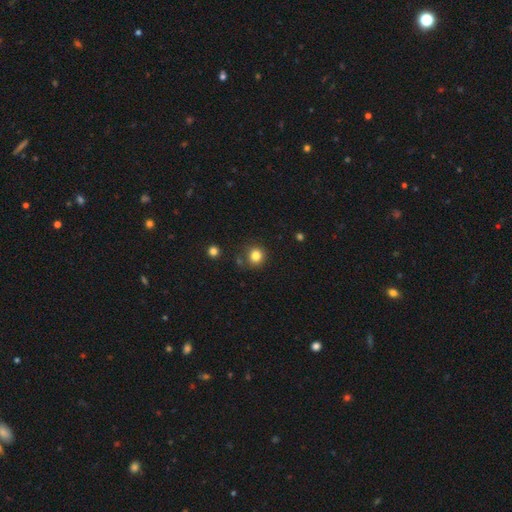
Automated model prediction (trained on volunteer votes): Smooth or featured?
  - smooth: 82% *
  - star or artifact: 12%
  - featured or disk: 6%
How rounded?
  - round: 90% *
  - in between: 10%
  - cigar-shaped: 1%
Merging?
  - none: 80% *
  - minor disturbance: 11%
  - merger: 6%
  - major disturbance: 3%